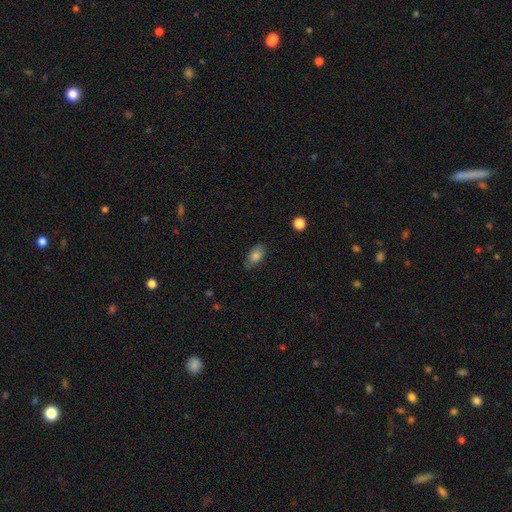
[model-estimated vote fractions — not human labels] smooth-or-featured: smooth: 82% | featured or disk: 10% | star or artifact: 8%
  how-rounded: in between: 90% | round: 5% | cigar-shaped: 5%
  merging: none: 78% | minor disturbance: 17% | major disturbance: 4% | merger: 1%